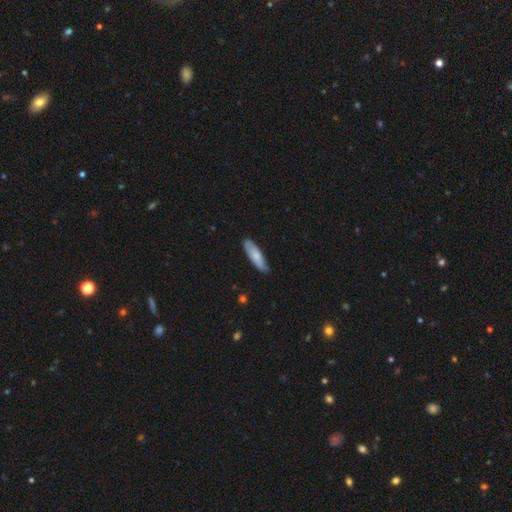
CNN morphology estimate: A smooth galaxy with no disk features (74%) that is cigar-shaped (56%).

Vote fractions:
- Smooth or featured? smooth: 74% / featured or disk: 20% / star or artifact: 5%
- How rounded? cigar-shaped: 56% / in between: 42% / round: 2%
- Merging? none: 82% / minor disturbance: 15% / major disturbance: 2% / merger: 1%